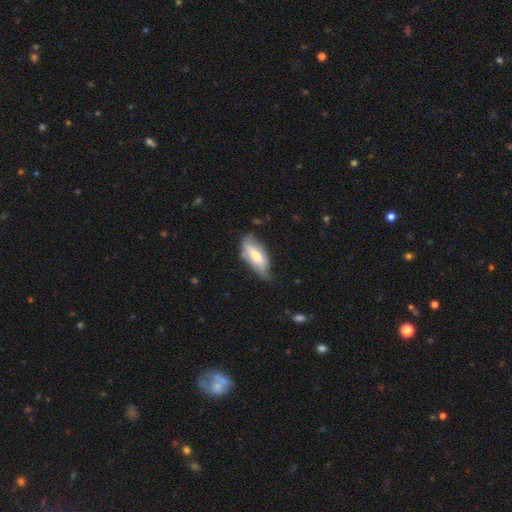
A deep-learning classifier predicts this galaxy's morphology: Overall: smooth (58%; featured or disk 36%). How rounded: in between (76%). Merging: none (45%; minor disturbance 40%).